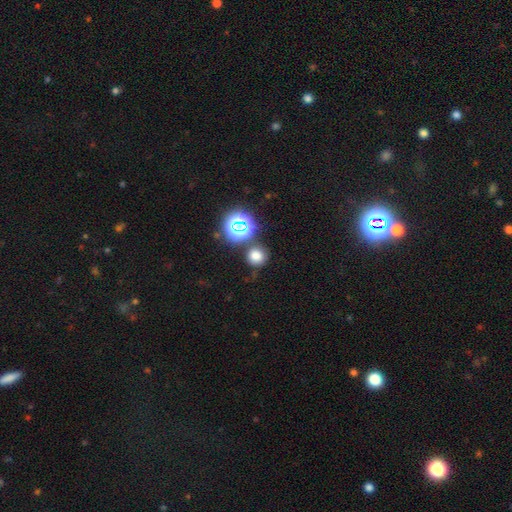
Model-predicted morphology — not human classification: Smooth or featured? smooth (72%)
How rounded? round (88%)
Merging? none (76%)